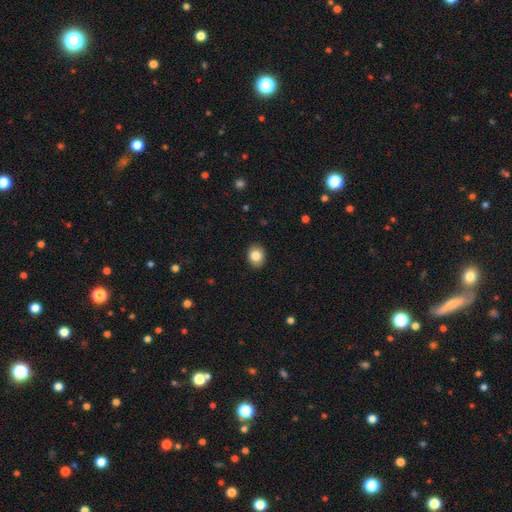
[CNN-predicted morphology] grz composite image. It shows a smooth galaxy with no disk features (84%) that is in between round and cigar-shaped (50%). Merging: none (89%).